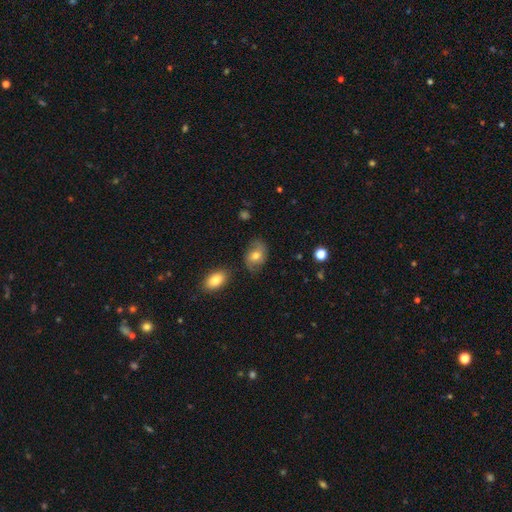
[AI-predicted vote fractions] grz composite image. It shows a smooth galaxy with no disk features (53%) that is in between round and cigar-shaped (76%). Merging: none (72%).